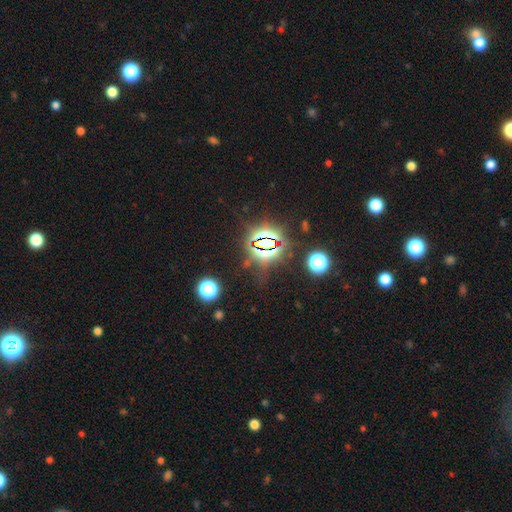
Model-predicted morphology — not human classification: star or artifact 83%, smooth 10%, featured or disk 7%.